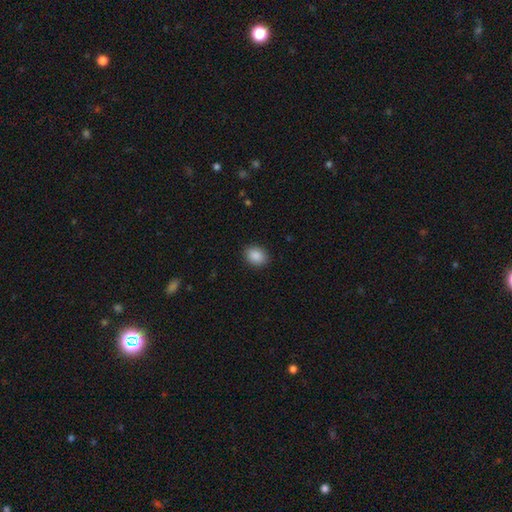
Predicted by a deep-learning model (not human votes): This appears to be a smooth galaxy with no disk features (89%) that is in between round and cigar-shaped (60%). Merging: none (89%).